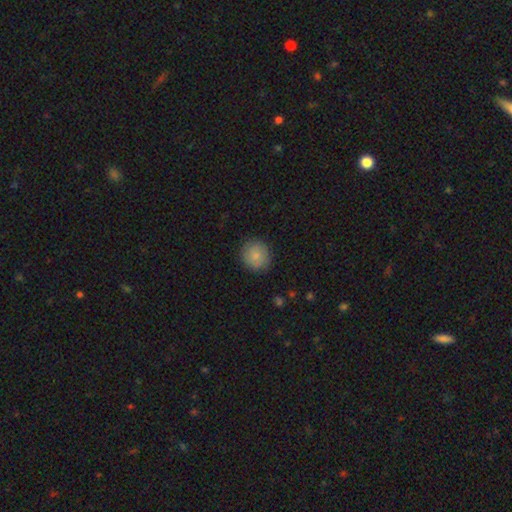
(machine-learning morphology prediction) smooth 84%, featured or disk 9%, star or artifact 8%. Down the decision tree: how rounded — round (87%); merging — none (86%).